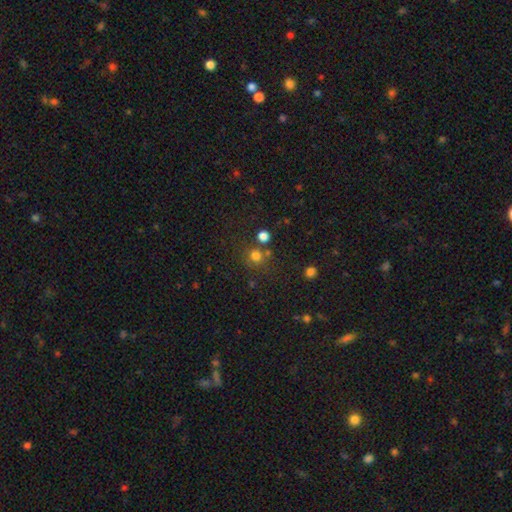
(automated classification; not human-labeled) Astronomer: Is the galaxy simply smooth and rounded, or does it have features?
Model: smooth — 76%.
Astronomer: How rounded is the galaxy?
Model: round — 89%.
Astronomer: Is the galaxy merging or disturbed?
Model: none — 71%.